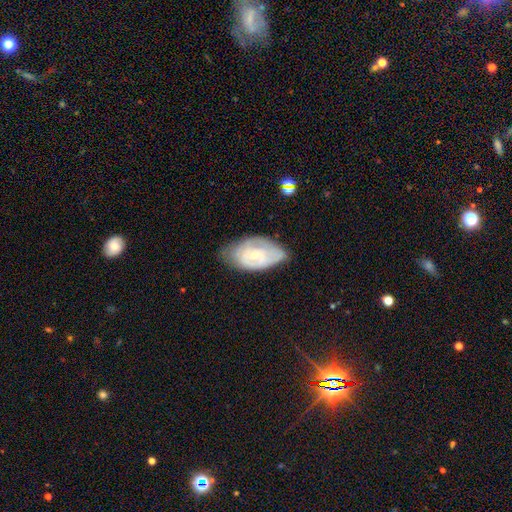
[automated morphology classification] Smooth or featured? featured or disk (60%)
Edge-on disk? no (94%)
Bar? no (74%)
Spiral arms? yes (60%)
Bulge size? small (62%)
Merging? none (49%)